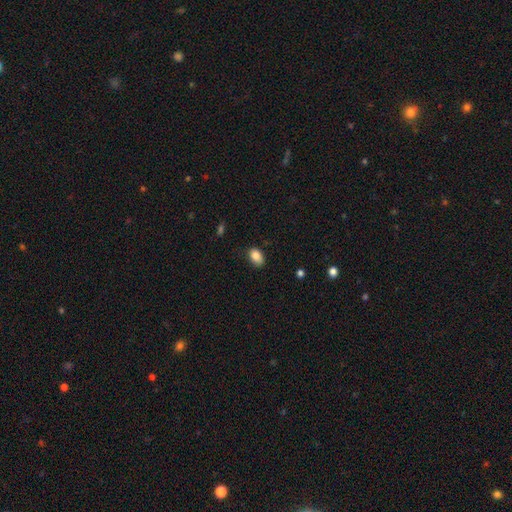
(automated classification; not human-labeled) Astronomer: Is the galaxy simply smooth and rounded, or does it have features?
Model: smooth — 86%.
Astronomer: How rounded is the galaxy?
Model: in between — 87%.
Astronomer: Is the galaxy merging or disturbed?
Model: none — 78%.